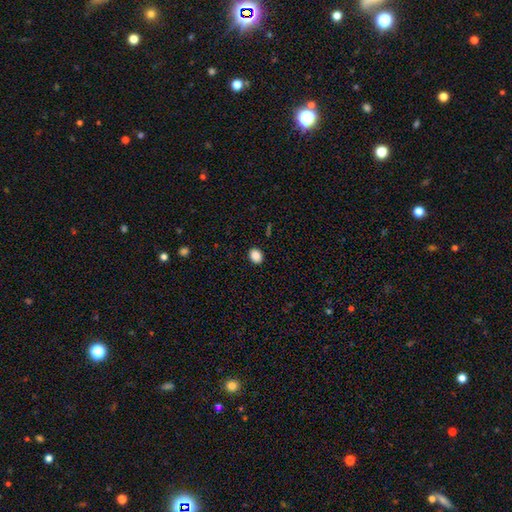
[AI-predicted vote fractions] smooth 87%, star or artifact 9%, featured or disk 4%. Down the decision tree: how rounded — in between (50%); merging — none (90%).